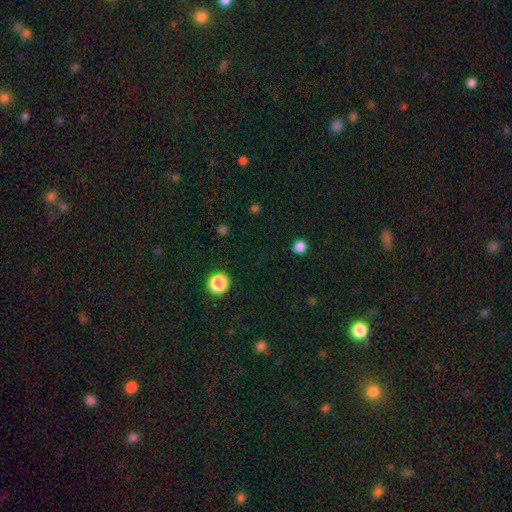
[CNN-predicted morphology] The model was most divided on "smooth or featured": star or artifact: 62%, smooth: 31%, featured or disk: 7%.